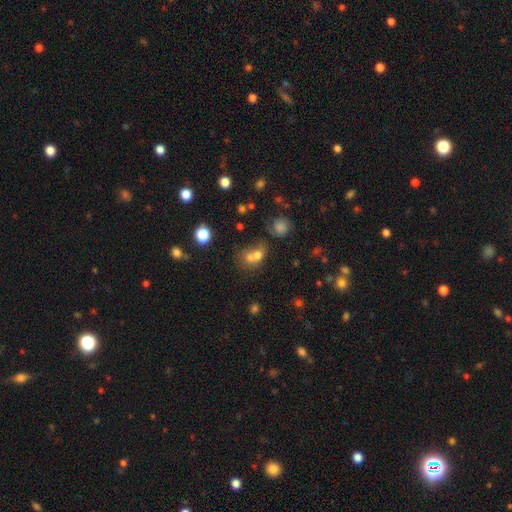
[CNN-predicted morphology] smooth-or-featured: smooth: 67% | featured or disk: 17% | star or artifact: 16%
  how-rounded: round: 56% | in between: 43% | cigar-shaped: 2%
  merging: merger: 62% | none: 25% | minor disturbance: 8% | major disturbance: 5%